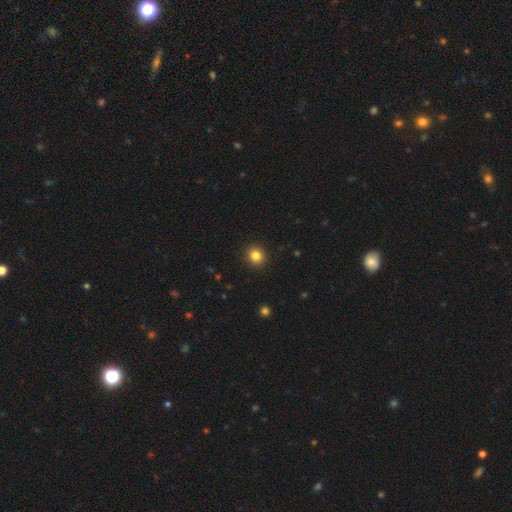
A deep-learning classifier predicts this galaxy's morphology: Smooth or featured? smooth (83%)
How rounded? round (87%)
Merging? none (92%)